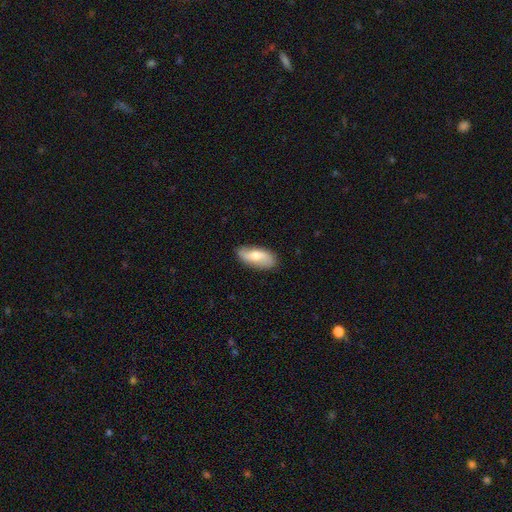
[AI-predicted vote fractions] The model was most divided on "smooth or featured": smooth: 50%, featured or disk: 44%, star or artifact: 6%. More confident: merging — none (83%); how rounded — in between (82%).